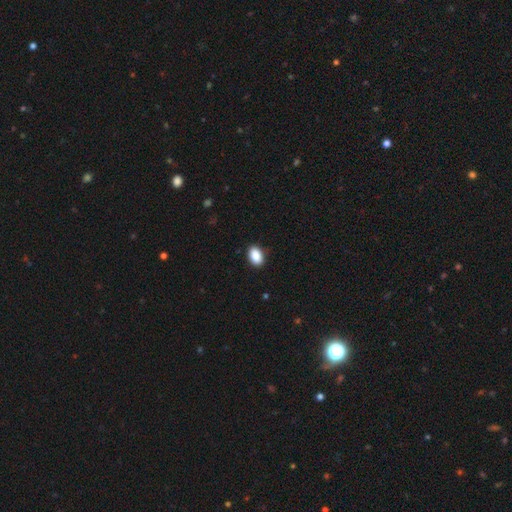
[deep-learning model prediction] This is clearly a smooth galaxy (90%). How rounded: clearly in between (88%). Merging: clearly none (89%).